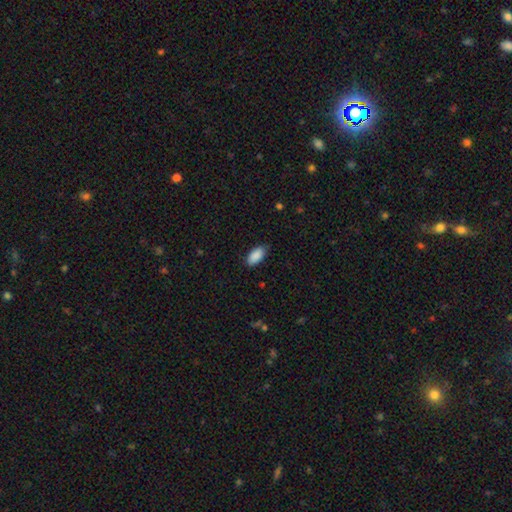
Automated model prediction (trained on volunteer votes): This is clearly a smooth galaxy (90%). How rounded: clearly in between (93%). Merging: clearly none (81%).